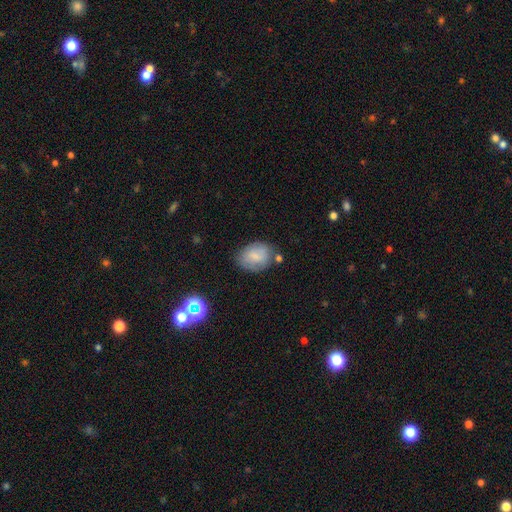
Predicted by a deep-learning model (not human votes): smooth-or-featured: smooth: 72% | featured or disk: 19% | star or artifact: 8%
  how-rounded: in between: 61% | round: 38% | cigar-shaped: 1%
  merging: none: 66% | minor disturbance: 21% | merger: 6% | major disturbance: 6%